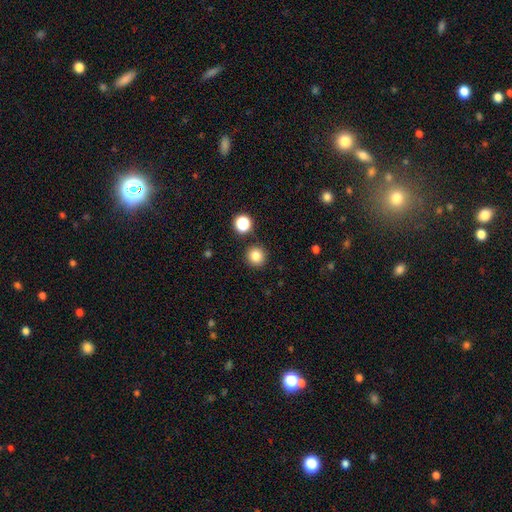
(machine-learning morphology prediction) type=smooth (82%); roundness=round (93%); merging=none (89%).